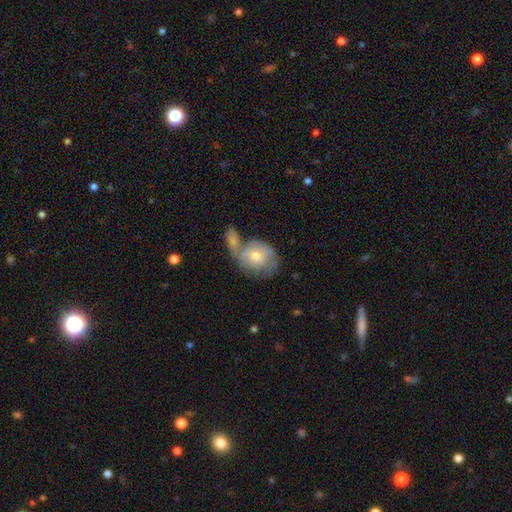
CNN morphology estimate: smooth_or_featured: smooth (p=0.59) [alt: featured or disk p=0.33]
how_rounded: round (p=0.66) [alt: in between p=0.33]
merging: merger (p=0.45) [alt: none p=0.33]